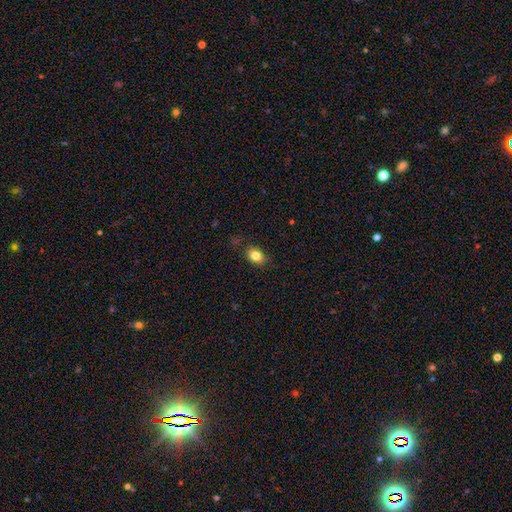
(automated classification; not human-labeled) Overall: smooth (82%). How rounded: in between (69%; round 30%). Merging: none (83%).